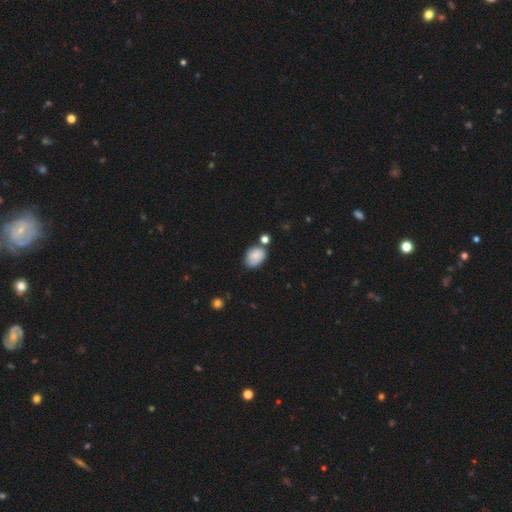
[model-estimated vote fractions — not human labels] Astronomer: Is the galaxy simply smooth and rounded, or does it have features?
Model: smooth — 80%.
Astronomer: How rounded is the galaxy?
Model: in between — 70%.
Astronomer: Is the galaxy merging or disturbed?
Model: none — 59%.